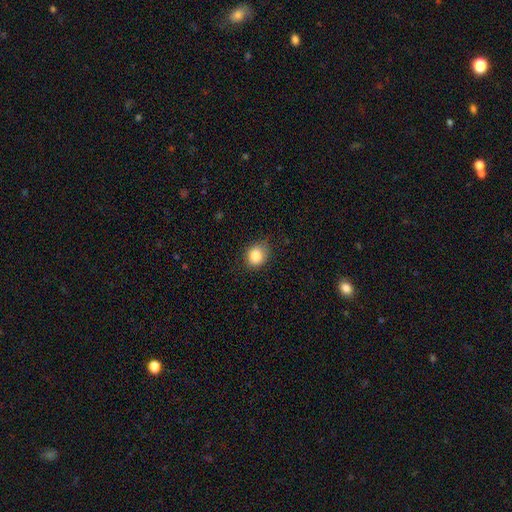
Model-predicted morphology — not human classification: Smooth or featured?
  - smooth: 84% *
  - star or artifact: 10%
  - featured or disk: 6%
How rounded?
  - round: 59% *
  - in between: 40%
  - cigar-shaped: 1%
Merging?
  - none: 76% *
  - minor disturbance: 20%
  - major disturbance: 4%
  - merger: 1%